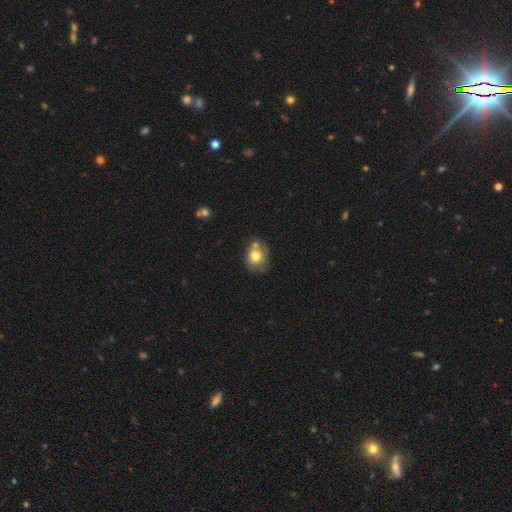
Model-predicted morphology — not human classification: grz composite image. It shows a smooth galaxy with no disk features (75%) that is round (59%). Merging: none (55%).